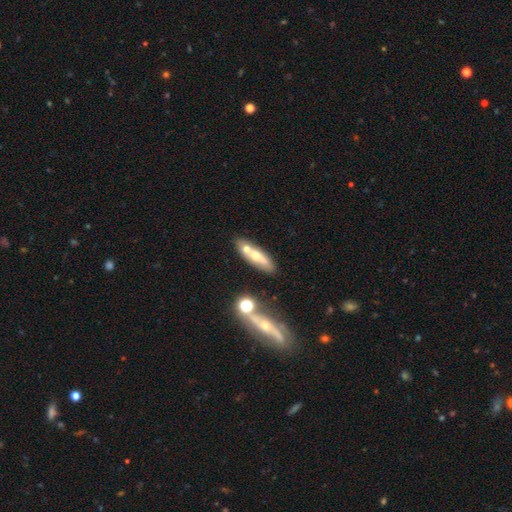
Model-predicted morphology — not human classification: Smooth or featured? smooth (52%)
How rounded? cigar-shaped (54%)
Merging? none (55%)